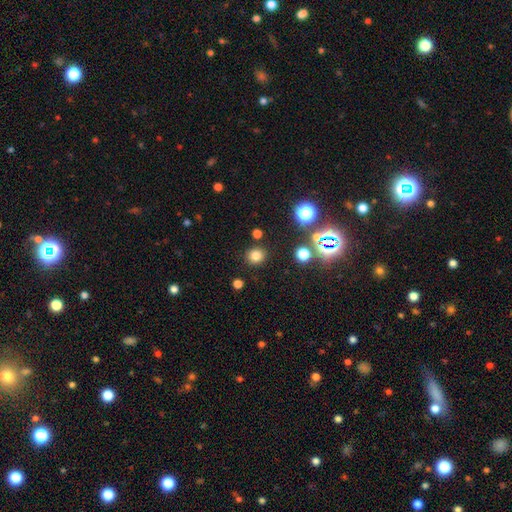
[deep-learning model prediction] Overall: smooth (78%). How rounded: round (88%). Merging: none (87%).